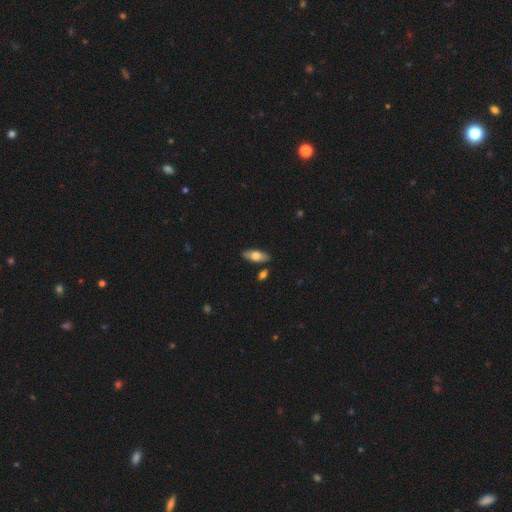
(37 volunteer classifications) A smooth galaxy with no disk features (65%) that is in between round and cigar-shaped (96%).

Vote fractions:
- Smooth or featured? smooth: 65% / featured or disk: 27% / star or artifact: 8%
- How rounded? in between: 96% / cigar-shaped: 4% / round: 0%
- Merging? none: 85% / minor disturbance: 12% / merger: 3% / major disturbance: 0%